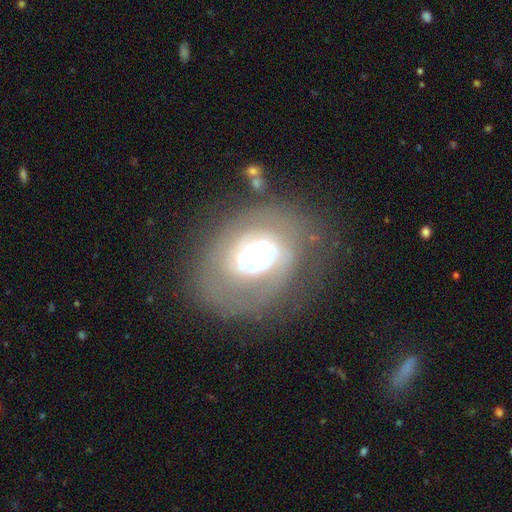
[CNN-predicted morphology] A featured or disk galaxy (67%) with no bar (65%), spiral arms (62%) and a large central bulge (47%). Merging: none (49%).